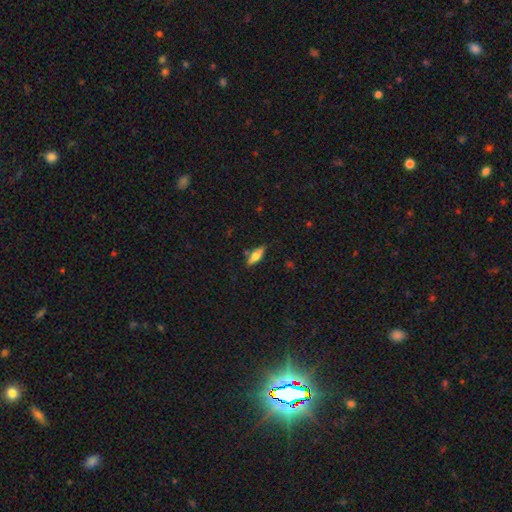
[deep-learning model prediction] A smooth galaxy with no disk features (51%) that is in between round and cigar-shaped (54%). Merging: none (83%).